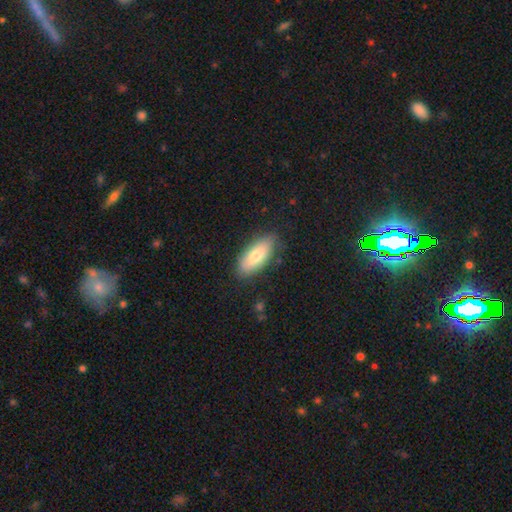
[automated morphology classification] smooth-or-featured: smooth: 75% | featured or disk: 19% | star or artifact: 6%
  how-rounded: in between: 83% | cigar-shaped: 15% | round: 2%
  merging: none: 81% | minor disturbance: 14% | major disturbance: 3% | merger: 1%